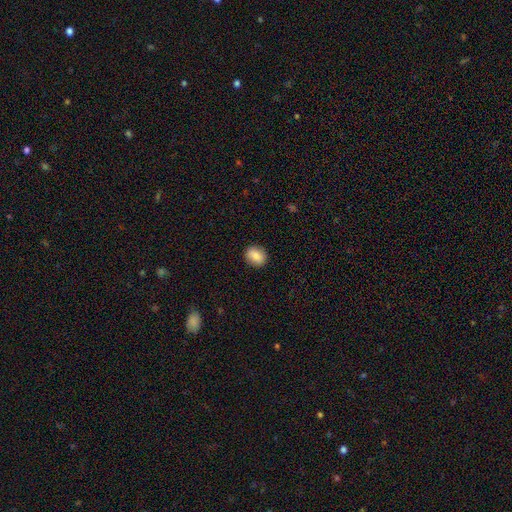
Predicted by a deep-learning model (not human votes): Q: Smooth or featured?
A: smooth (84%); runner-up: star or artifact (8%)
Q: How rounded?
A: round (53%); runner-up: in between (46%)
Q: Merging?
A: none (89%); runner-up: minor disturbance (8%)